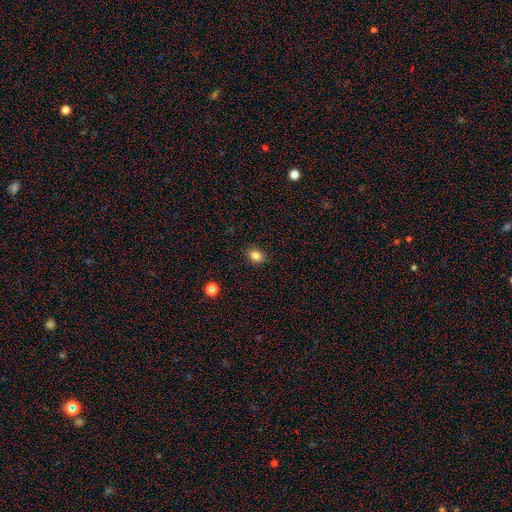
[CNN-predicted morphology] Smooth or featured? smooth (83%)
How rounded? in between (73%)
Merging? none (87%)